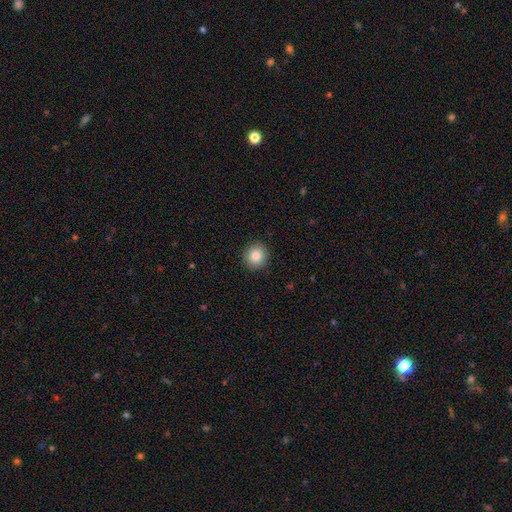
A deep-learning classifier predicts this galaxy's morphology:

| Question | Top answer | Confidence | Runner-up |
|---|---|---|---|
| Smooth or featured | smooth | 85% | star or artifact (9%) |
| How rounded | round | 88% | in between (11%) |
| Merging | none | 91% | minor disturbance (6%) |